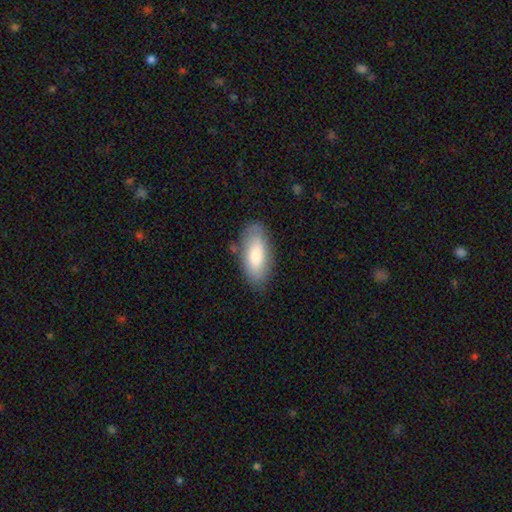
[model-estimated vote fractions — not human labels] smooth-or-featured: smooth: 80% | featured or disk: 14% | star or artifact: 6%
  how-rounded: in between: 86% | cigar-shaped: 12% | round: 2%
  merging: none: 79% | minor disturbance: 15% | major disturbance: 4% | merger: 2%